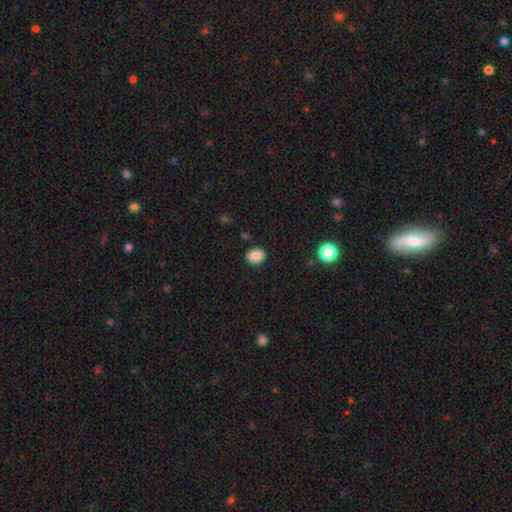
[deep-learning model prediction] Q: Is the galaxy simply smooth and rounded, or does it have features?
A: smooth — 86%.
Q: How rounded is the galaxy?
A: in between — 57%.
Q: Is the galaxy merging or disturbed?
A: none — 84%.